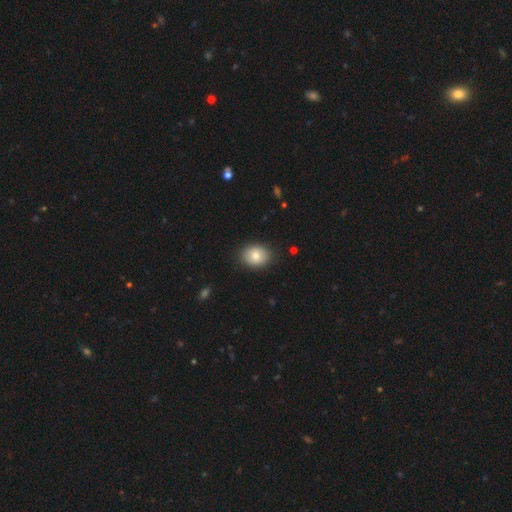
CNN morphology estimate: Smooth or featured? Predicted: smooth (p=0.80). How rounded? Predicted: in between (p=0.56). Merging? Predicted: none (p=0.86).